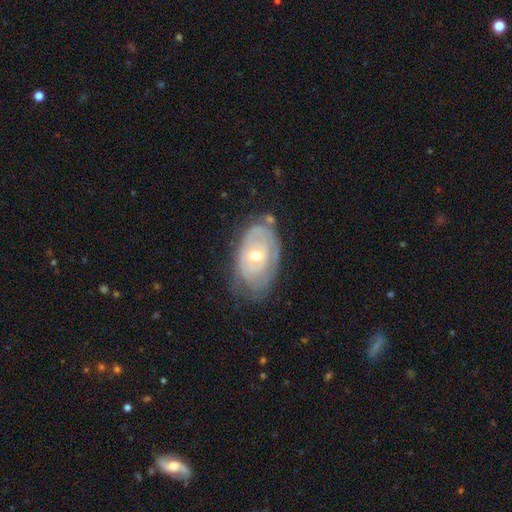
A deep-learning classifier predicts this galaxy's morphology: smooth_or_featured: featured or disk (p=0.70) [alt: smooth p=0.23]
disk_edge_on: no (p=0.93) [alt: yes p=0.07]
bar: no (p=0.72) [alt: weak p=0.23]
has_spiral_arms: yes (p=0.67) [alt: no p=0.33]
bulge_size: moderate (p=0.54) [alt: small p=0.42]
merging: none (p=0.60) [alt: minor disturbance p=0.26]